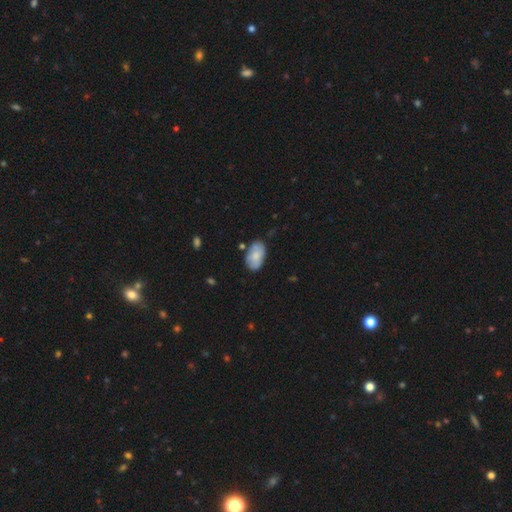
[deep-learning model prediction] Smooth or featured? Predicted: smooth (p=0.70). How rounded? Predicted: in between (p=0.93). Merging? Predicted: none (p=0.71).